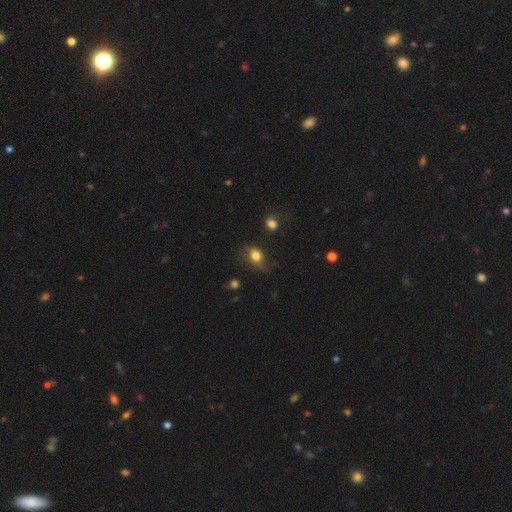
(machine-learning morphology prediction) A smooth galaxy with no disk features (73%) that is in between round and cigar-shaped (56%).

Vote fractions:
- Smooth or featured? smooth: 73% / featured or disk: 15% / star or artifact: 11%
- How rounded? in between: 56% / round: 43% / cigar-shaped: 2%
- Merging? none: 51% / minor disturbance: 29% / major disturbance: 16% / merger: 4%